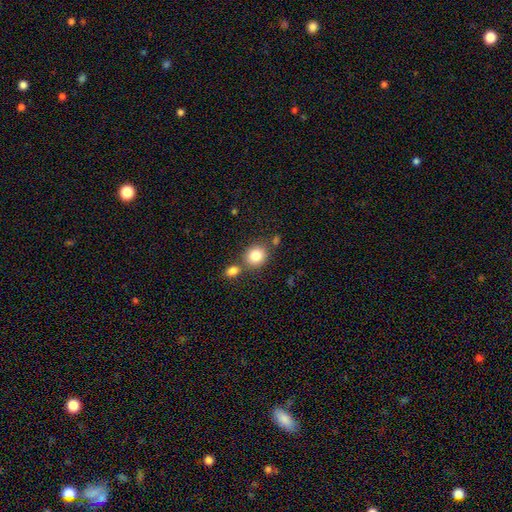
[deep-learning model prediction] smooth 83%, star or artifact 9%, featured or disk 7%. Down the decision tree: how rounded — round (74%); merging — none (65%).